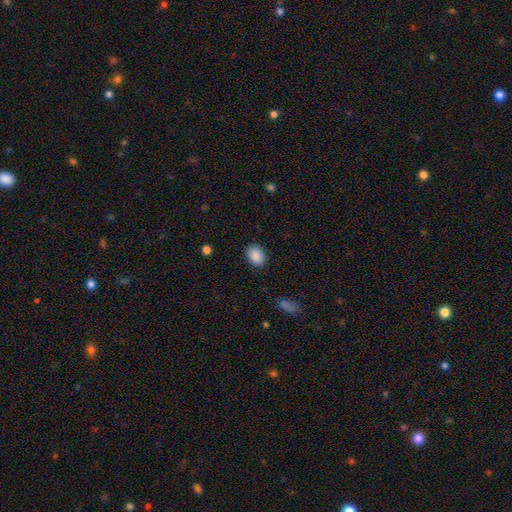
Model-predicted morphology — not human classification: Smooth or featured: smooth — 89% (star or artifact — 8%)
How rounded: in between — 67% (round — 32%)
Merging: none — 87% (minor disturbance — 9%)